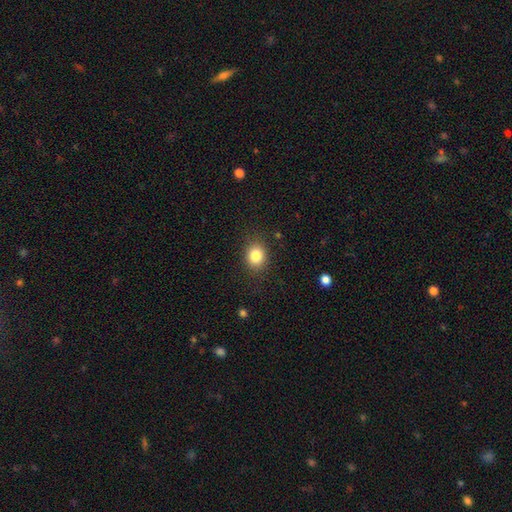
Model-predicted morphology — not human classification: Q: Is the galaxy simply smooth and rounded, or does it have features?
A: smooth — 83%.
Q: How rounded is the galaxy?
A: round — 63%.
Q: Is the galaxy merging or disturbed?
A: none — 86%.